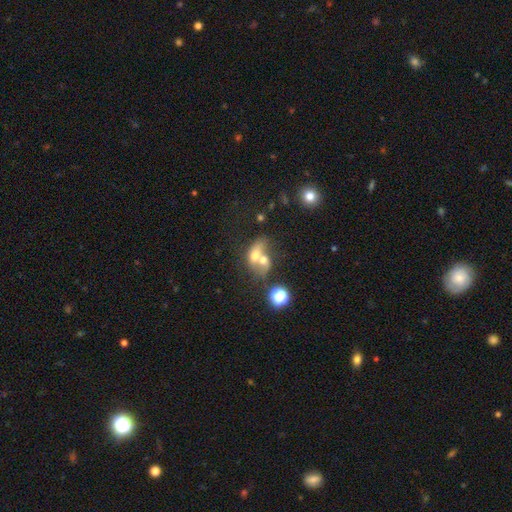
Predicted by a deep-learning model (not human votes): The model was most divided on "smooth or featured": smooth: 56%, featured or disk: 32%, star or artifact: 13%. More confident: merging — merger (74%); how rounded — in between (61%).